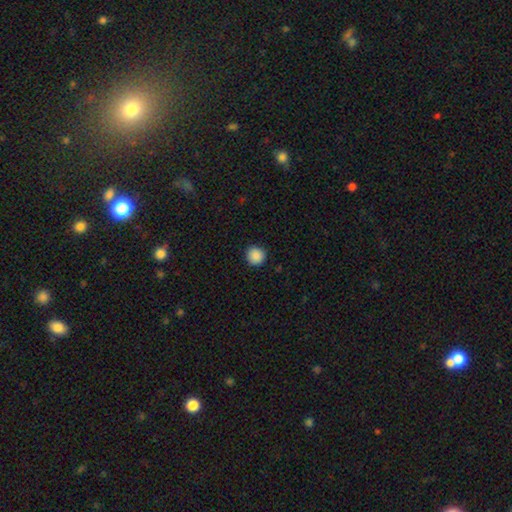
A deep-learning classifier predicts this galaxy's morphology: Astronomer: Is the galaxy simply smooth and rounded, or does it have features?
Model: smooth — 89%.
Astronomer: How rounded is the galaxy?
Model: round — 94%.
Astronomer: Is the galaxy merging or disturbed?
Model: none — 91%.